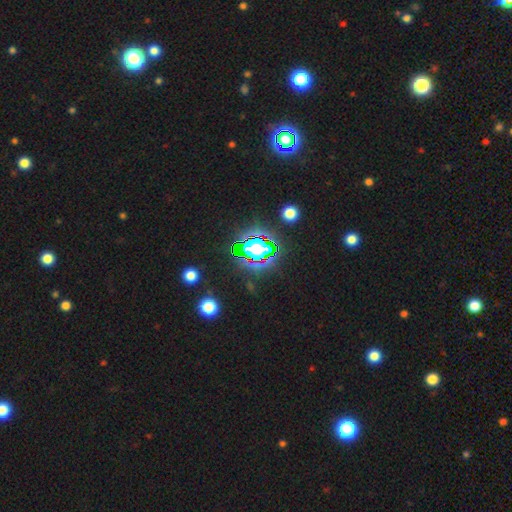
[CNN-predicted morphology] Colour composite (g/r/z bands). It shows a star or artifact, not a galaxy (79%).